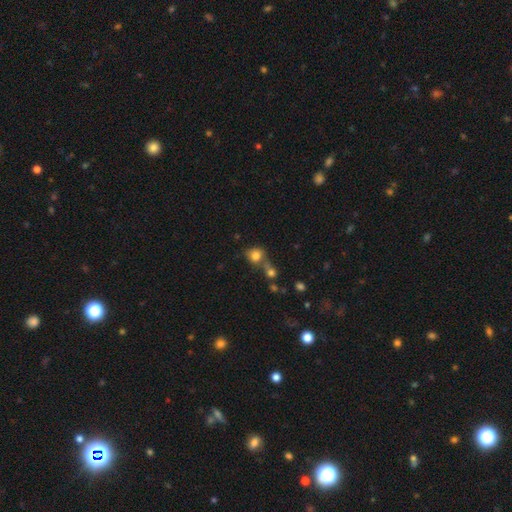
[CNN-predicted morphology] Smooth or featured? Predicted: smooth (p=0.80). How rounded? Predicted: round (p=0.80). Merging? Predicted: none (p=0.46).